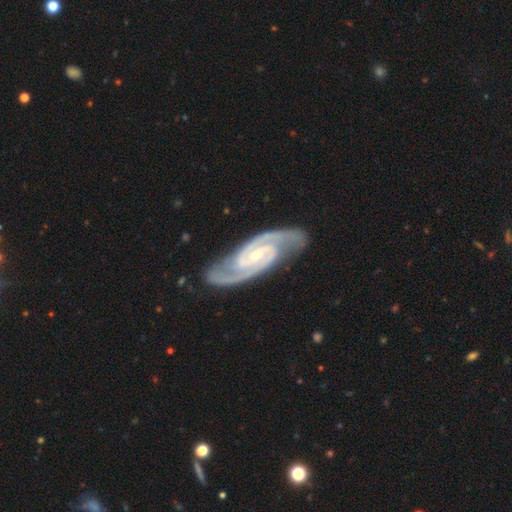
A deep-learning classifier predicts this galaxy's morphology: smooth-or-featured: featured or disk: 94% | star or artifact: 4% | smooth: 2%
  disk-edge-on: no: 96% | yes: 4%
    bar: weak: 44% | strong: 29% | no: 27%
    has-spiral-arms: yes: 99% | no: 1%
      spiral-winding: medium: 49% | tight: 45% | loose: 6%
      spiral-arm-count: 2: 92% | 3: 3% | can't tell: 2% | 4: 1% | 1: 1% | more than 4: 1%
    bulge-size: small: 71% | moderate: 24% | none: 3% | large: 1% | dominant: 1%
  merging: none: 83% | minor disturbance: 13% | major disturbance: 3% | merger: 1%